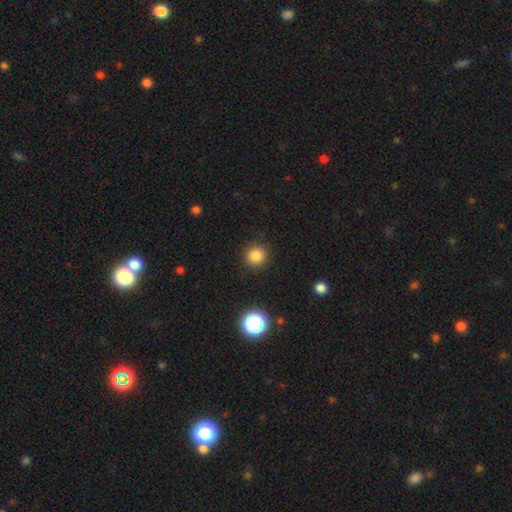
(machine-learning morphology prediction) smooth_or_featured: smooth (p=0.83) [alt: star or artifact p=0.12]
how_rounded: round (p=0.93) [alt: in between p=0.07]
merging: none (p=0.91) [alt: minor disturbance p=0.06]